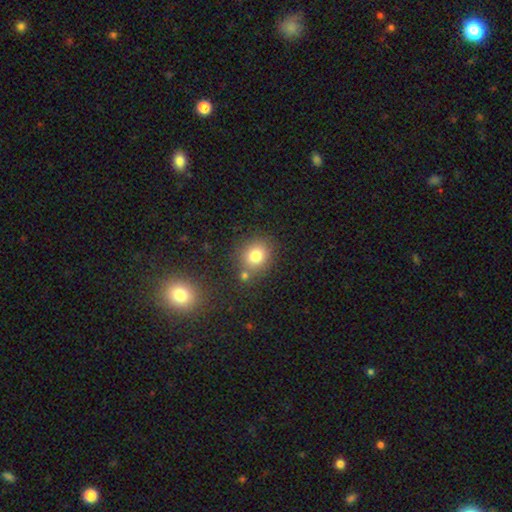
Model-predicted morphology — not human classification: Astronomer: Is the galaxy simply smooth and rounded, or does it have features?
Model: smooth — 79%.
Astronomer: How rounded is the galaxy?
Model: round — 75%.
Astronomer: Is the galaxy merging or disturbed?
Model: none — 72%.